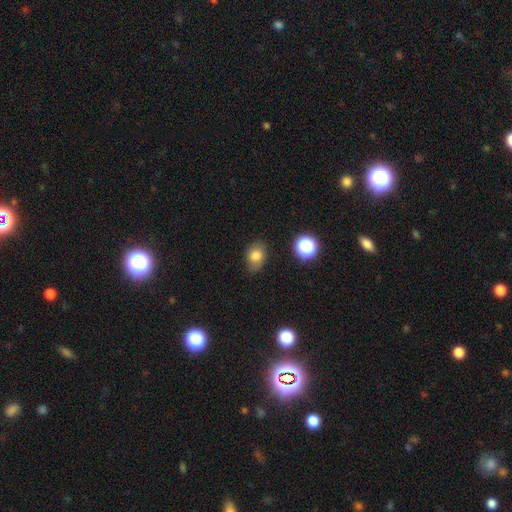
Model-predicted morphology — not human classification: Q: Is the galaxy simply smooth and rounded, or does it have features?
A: smooth — 79%.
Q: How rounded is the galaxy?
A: in between — 63%.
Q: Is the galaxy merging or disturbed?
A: none — 71%.